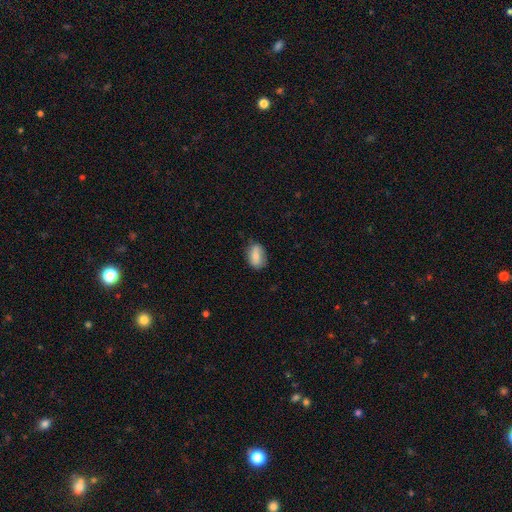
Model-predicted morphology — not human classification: Smooth or featured?
  - smooth: 79% *
  - featured or disk: 14%
  - star or artifact: 7%
How rounded?
  - in between: 86% *
  - round: 12%
  - cigar-shaped: 2%
Merging?
  - none: 74% *
  - minor disturbance: 20%
  - major disturbance: 4%
  - merger: 1%